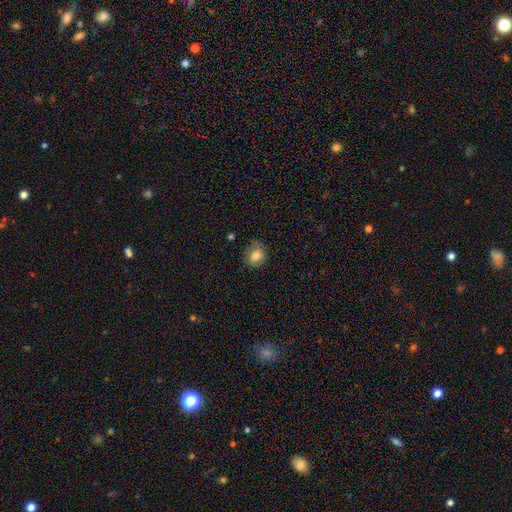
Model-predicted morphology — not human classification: Smooth or featured: smooth — 79% (featured or disk — 11%)
How rounded: round — 67% (in between — 32%)
Merging: none — 73% (minor disturbance — 20%)